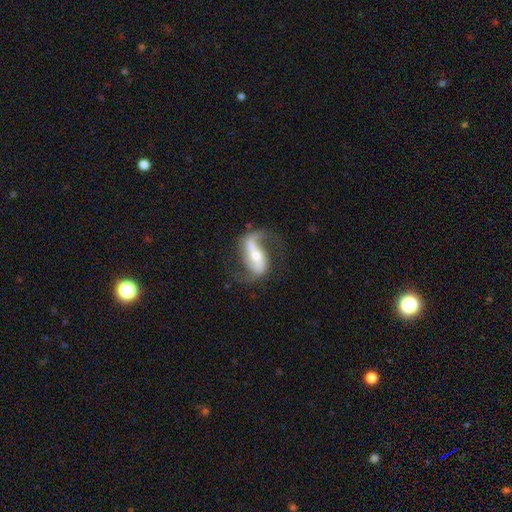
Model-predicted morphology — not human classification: Q: Smooth or featured?
A: featured or disk (82%); runner-up: smooth (12%)
Q: Edge-on disk?
A: no (94%); runner-up: yes (6%)
Q: Bar?
A: strong (47%); runner-up: weak (31%)
Q: Spiral arms?
A: yes (93%); runner-up: no (7%)
Q: Spiral winding?
A: loose (67%); runner-up: medium (26%)
Q: Spiral arm count?
A: 2 (84%); runner-up: 1 (10%)
Q: Bulge size?
A: moderate (55%); runner-up: small (37%)
Q: Merging?
A: none (59%); runner-up: minor disturbance (19%)